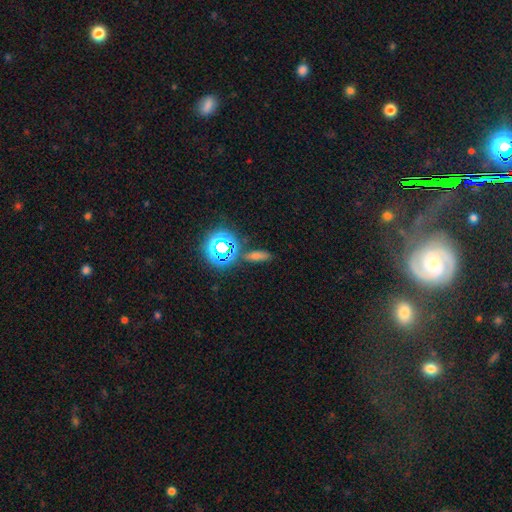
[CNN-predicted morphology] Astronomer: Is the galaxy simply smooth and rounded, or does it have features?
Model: smooth — 48% (runner-up: star or artifact, 39%).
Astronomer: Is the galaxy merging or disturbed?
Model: none — 78%.